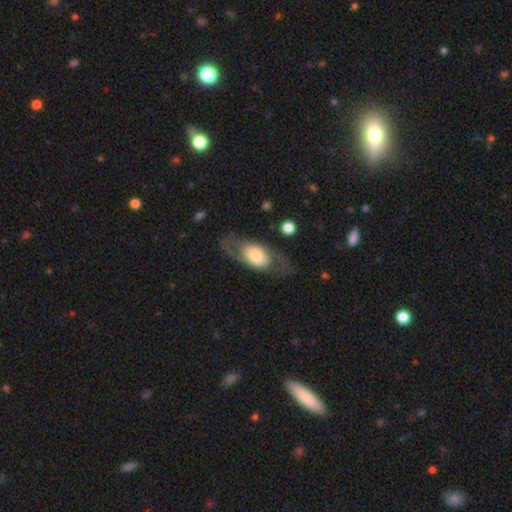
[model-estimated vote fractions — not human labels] Morphology: type=featured or disk (52%); edge-on=no (81%); merging=none (70%).